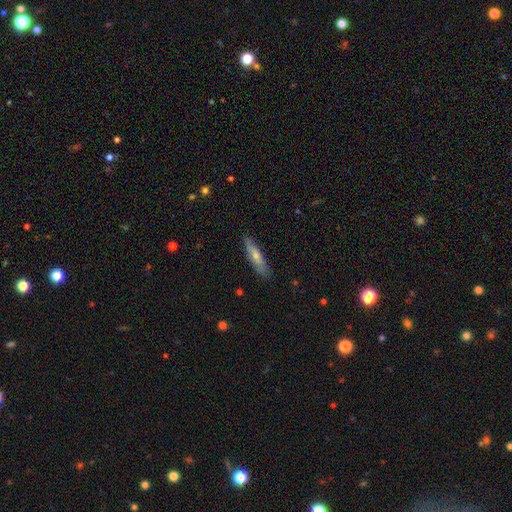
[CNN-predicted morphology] Overall: smooth (63%; featured or disk 31%). How rounded: cigar-shaped (77%). Merging: none (82%).